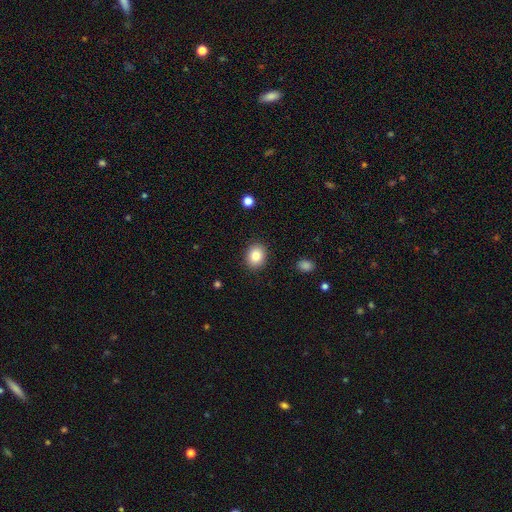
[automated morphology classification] smooth_or_featured: smooth (p=0.84) [alt: star or artifact p=0.09]
how_rounded: round (p=0.57) [alt: in between p=0.42]
merging: none (p=0.89) [alt: minor disturbance p=0.07]